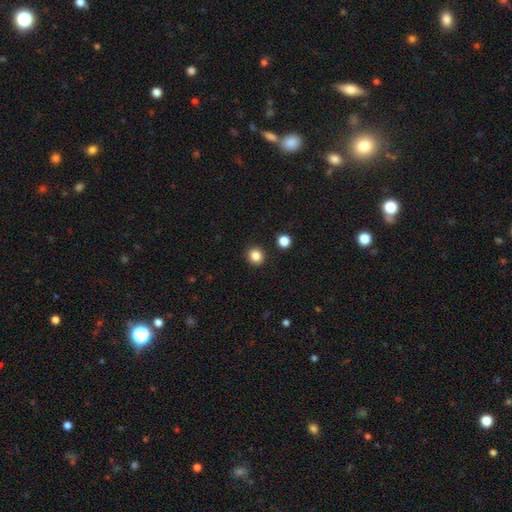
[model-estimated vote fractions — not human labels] smooth_or_featured: smooth (p=0.85) [alt: star or artifact p=0.11]
how_rounded: round (p=0.90) [alt: in between p=0.09]
merging: none (p=0.91) [alt: minor disturbance p=0.05]